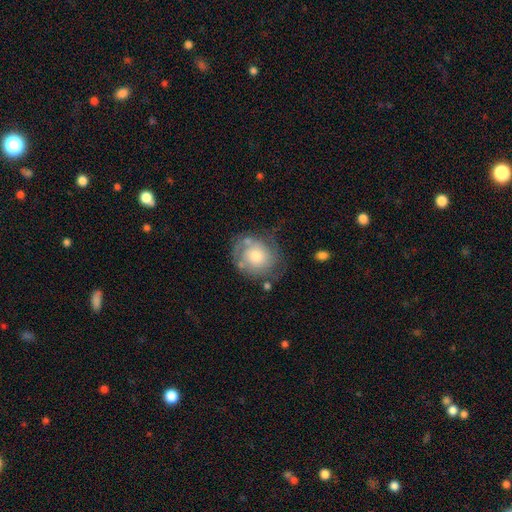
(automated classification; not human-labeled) Overall: featured or disk (51%; smooth 41%). Edge-on disk: no (97%). Merging: none (59%; minor disturbance 24%).